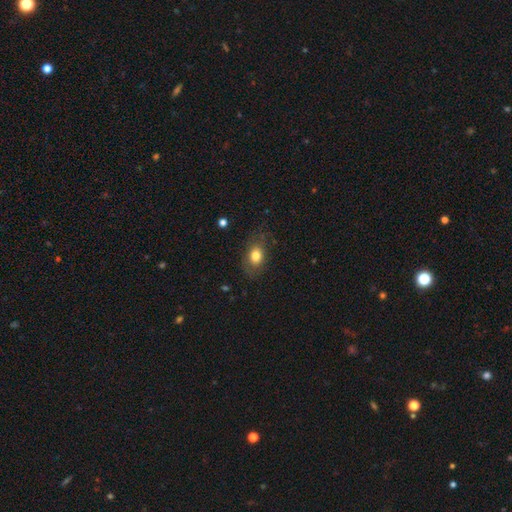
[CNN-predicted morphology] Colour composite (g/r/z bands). It shows a smooth galaxy with no disk features (75%) that is in between round and cigar-shaped (78%). Merging: none (72%).